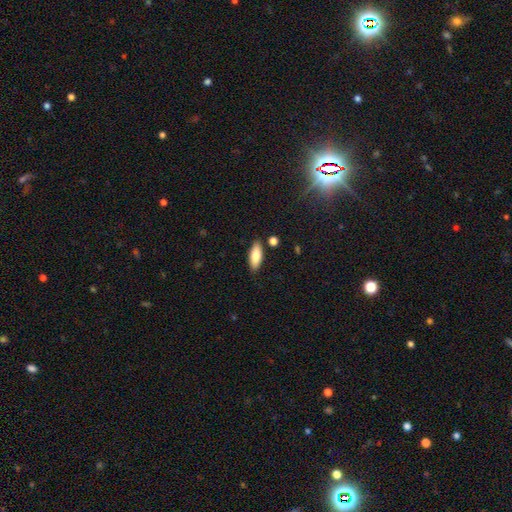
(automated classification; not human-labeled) This appears to be a smooth galaxy with no disk features (82%) that is in between round and cigar-shaped (74%). Merging: none (85%).